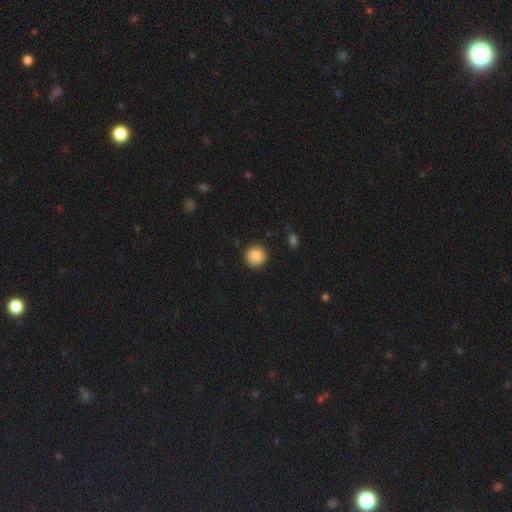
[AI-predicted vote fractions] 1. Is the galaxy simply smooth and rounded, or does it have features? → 89% smooth, 8% star or artifact, 3% featured or disk.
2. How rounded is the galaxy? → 95% round, 5% in between, 1% cigar-shaped.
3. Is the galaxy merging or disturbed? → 91% none, 6% minor disturbance, 2% major disturbance, 1% merger.